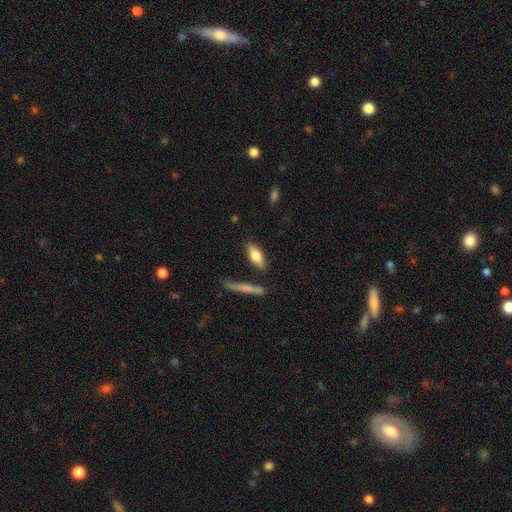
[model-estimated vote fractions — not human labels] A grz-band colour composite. It shows a smooth galaxy with no disk features (74%) that is in between round and cigar-shaped (71%). Merging: none (78%).